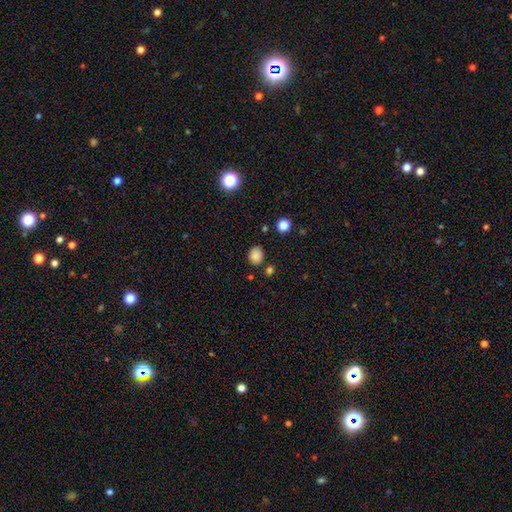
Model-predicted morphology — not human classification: smooth-or-featured: smooth: 84% | star or artifact: 11% | featured or disk: 4%
  how-rounded: round: 52% | in between: 47% | cigar-shaped: 1%
  merging: none: 81% | minor disturbance: 12% | merger: 5% | major disturbance: 3%